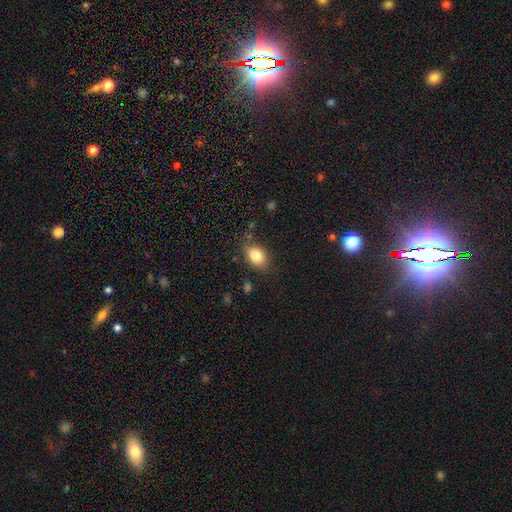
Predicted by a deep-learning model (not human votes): This is clearly a smooth galaxy (83%). How rounded: clearly in between (82%). Merging: likely none (78%).